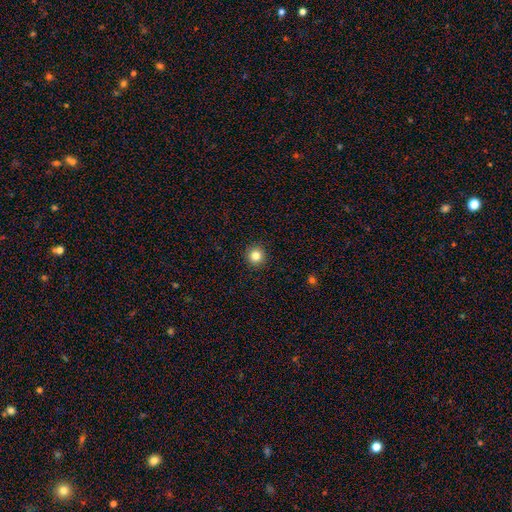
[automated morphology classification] This is clearly a smooth galaxy (83%). How rounded: clearly round (96%). Merging: clearly none (93%).